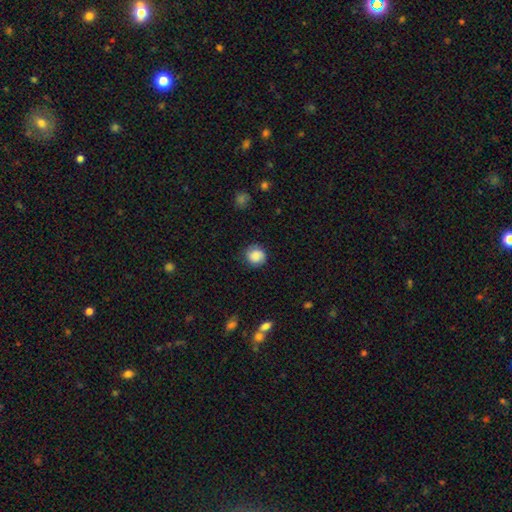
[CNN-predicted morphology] A smooth galaxy with no disk features (85%) that is round (87%).

Vote fractions:
- Smooth or featured? smooth: 85% / star or artifact: 9% / featured or disk: 6%
- How rounded? round: 87% / in between: 12% / cigar-shaped: 1%
- Merging? none: 82% / minor disturbance: 13% / major disturbance: 3% / merger: 1%